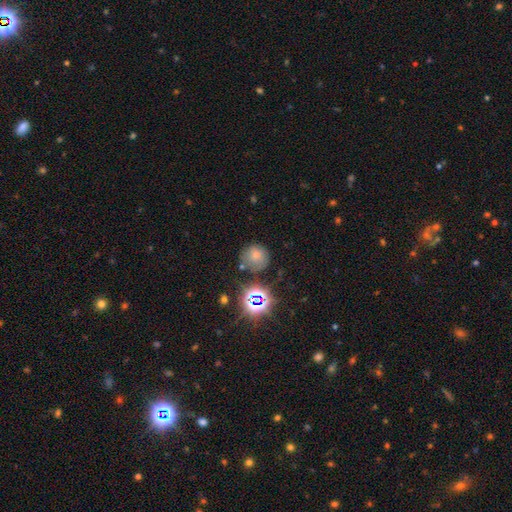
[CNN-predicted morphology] smooth_or_featured: smooth (p=0.65) [alt: star or artifact p=0.22]
how_rounded: round (p=0.90) [alt: in between p=0.09]
merging: none (p=0.70) [alt: minor disturbance p=0.16]